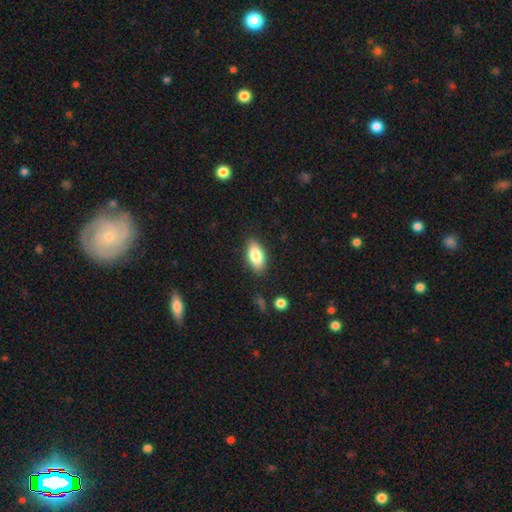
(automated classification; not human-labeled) Smooth or featured? smooth (82%)
How rounded? in between (89%)
Merging? none (85%)